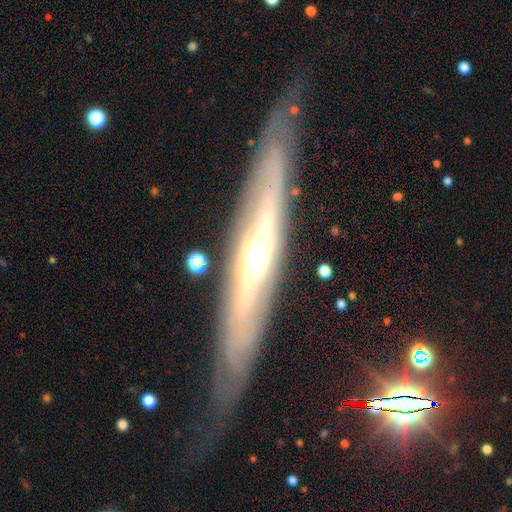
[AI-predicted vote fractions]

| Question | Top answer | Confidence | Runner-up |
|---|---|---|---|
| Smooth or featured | featured or disk | 80% | smooth (13%) |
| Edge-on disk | yes | 70% | no (30%) |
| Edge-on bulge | rounded | 74% | none (22%) |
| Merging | none | 73% | minor disturbance (19%) |